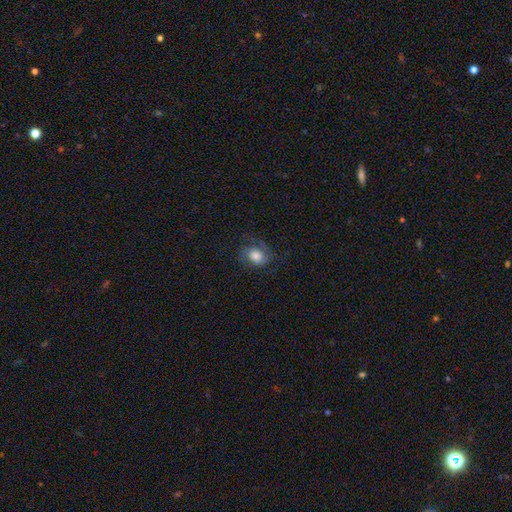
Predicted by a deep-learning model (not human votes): Smooth or featured: smooth — 54% (featured or disk — 37%)
How rounded: in between — 58% (round — 41%)
Merging: none — 61% (minor disturbance — 21%)